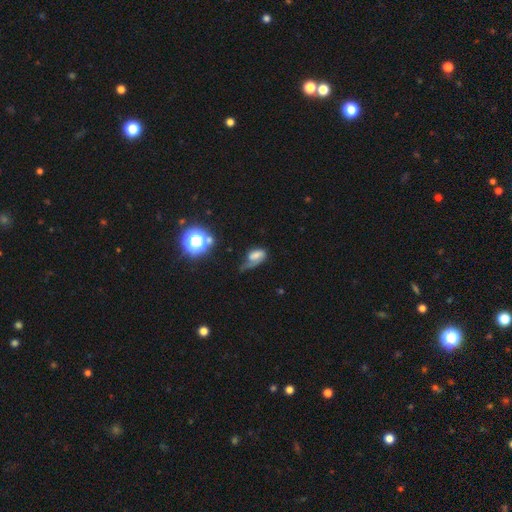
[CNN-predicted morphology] Smooth or featured? Predicted: smooth (p=0.48). Merging? Predicted: major disturbance (p=0.41).